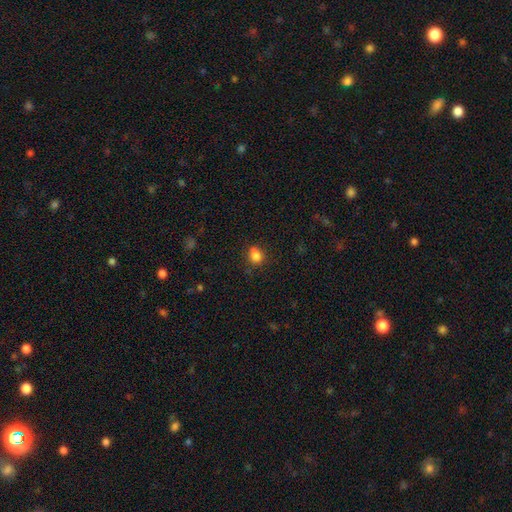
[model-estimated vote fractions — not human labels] Q: Smooth or featured?
A: smooth (82%); runner-up: star or artifact (12%)
Q: How rounded?
A: round (57%); runner-up: in between (42%)
Q: Merging?
A: none (64%); runner-up: minor disturbance (23%)